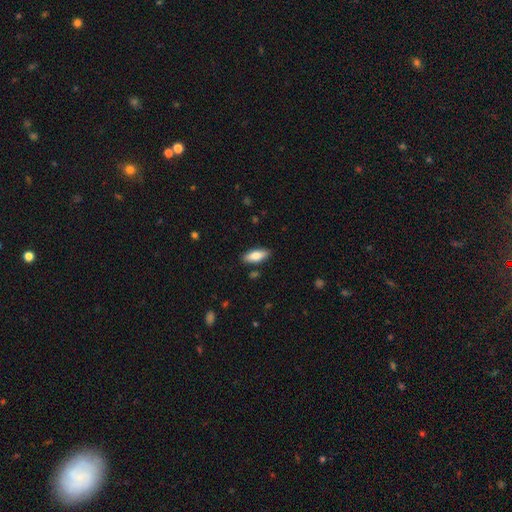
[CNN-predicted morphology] This appears to be a smooth galaxy with no disk features (81%) that is in between round and cigar-shaped (77%). Merging: none (87%).